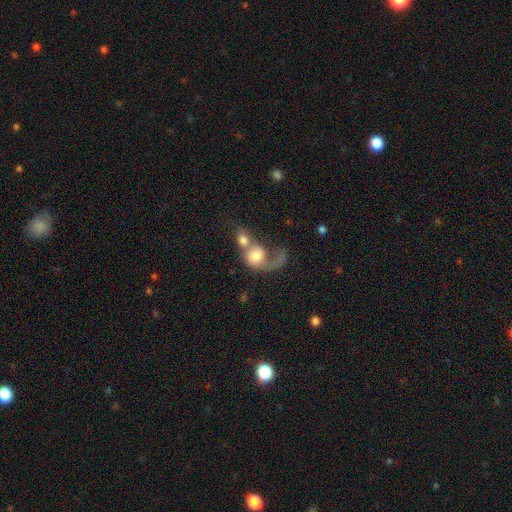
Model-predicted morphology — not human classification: smooth-or-featured: smooth: 53% | featured or disk: 38% | star or artifact: 8%
  how-rounded: round: 56% | in between: 42% | cigar-shaped: 2%
  merging: merger: 69% | major disturbance: 17% | none: 9% | minor disturbance: 5%